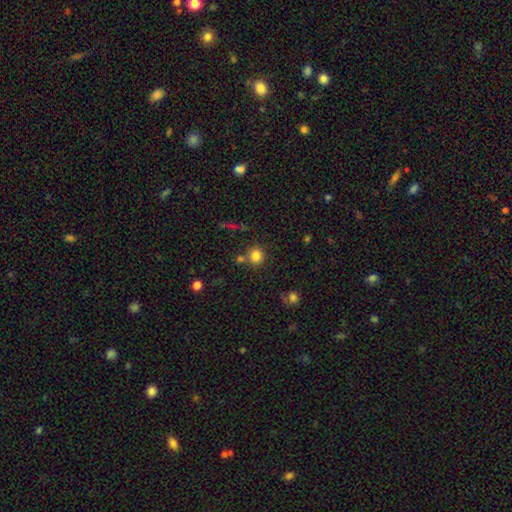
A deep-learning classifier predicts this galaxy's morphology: The model was most divided on "merging": none: 73%, merger: 14%, minor disturbance: 10%, major disturbance: 4%. More confident: how rounded — round (87%); smooth or featured — smooth (81%).